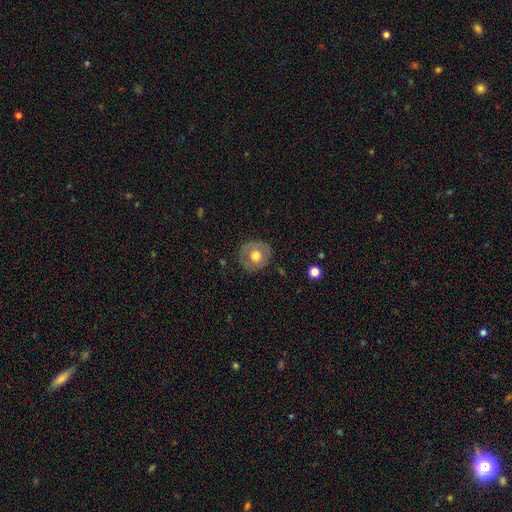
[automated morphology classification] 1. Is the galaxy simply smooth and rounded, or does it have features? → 58% smooth, 36% featured or disk, 6% star or artifact.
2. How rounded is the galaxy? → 83% round, 16% in between, 1% cigar-shaped.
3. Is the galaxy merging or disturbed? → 83% none, 12% minor disturbance, 4% major disturbance, 1% merger.